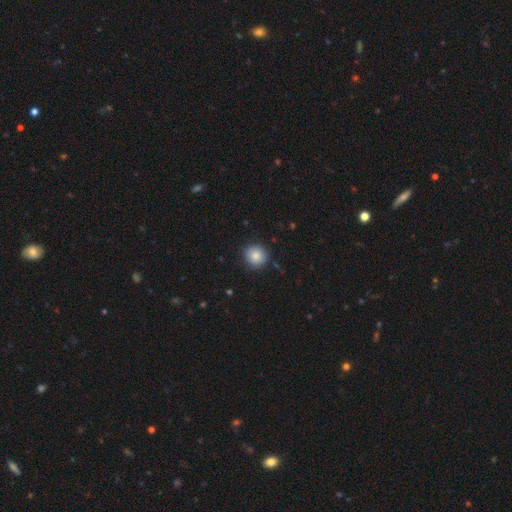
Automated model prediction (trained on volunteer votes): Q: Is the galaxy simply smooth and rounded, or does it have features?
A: smooth — 84%.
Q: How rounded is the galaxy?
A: round — 93%.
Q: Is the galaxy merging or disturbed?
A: none — 89%.